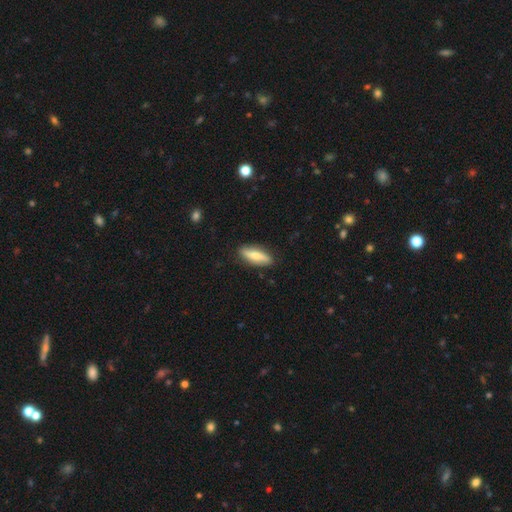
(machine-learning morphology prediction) This appears to be a smooth galaxy with no disk features (60%) that is in between round and cigar-shaped (51%). Merging: none (86%).